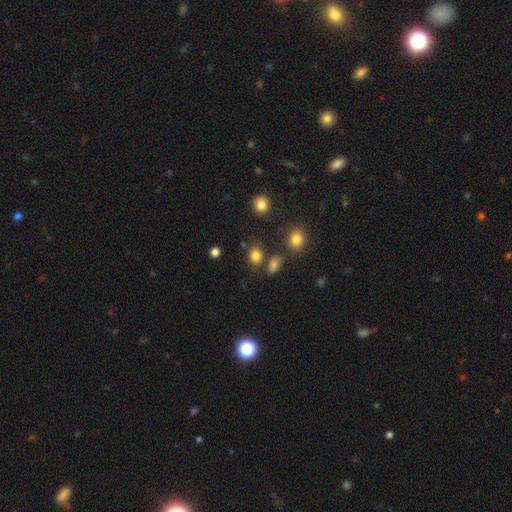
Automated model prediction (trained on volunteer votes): Overall: smooth (81%). How rounded: round (57%; in between 42%). Merging: none (72%).